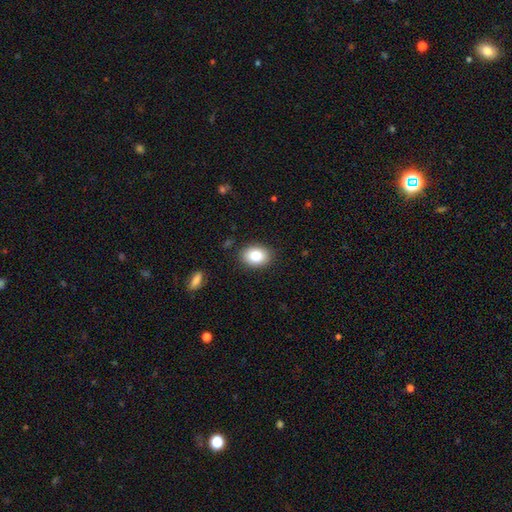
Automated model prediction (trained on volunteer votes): Q: Smooth or featured?
A: smooth (85%); runner-up: star or artifact (8%)
Q: How rounded?
A: in between (71%); runner-up: round (28%)
Q: Merging?
A: none (87%); runner-up: minor disturbance (9%)